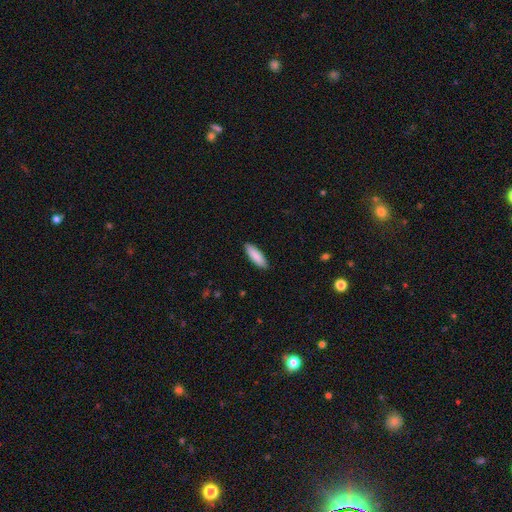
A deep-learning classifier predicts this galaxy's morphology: Q: Smooth or featured?
A: smooth (89%); runner-up: featured or disk (6%)
Q: How rounded?
A: in between (50%); runner-up: cigar-shaped (48%)
Q: Merging?
A: none (89%); runner-up: minor disturbance (8%)